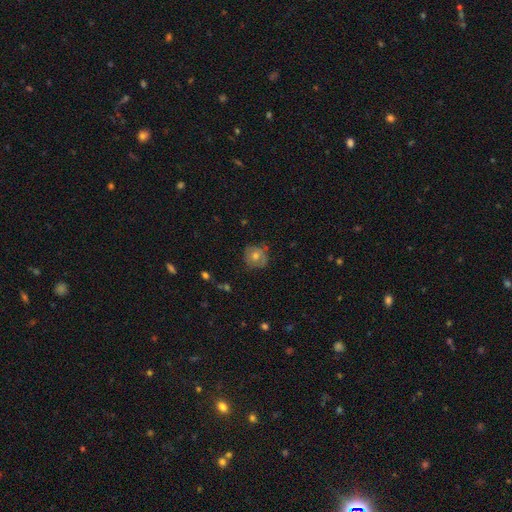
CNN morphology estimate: Smooth or featured? smooth (51%)
How rounded? round (88%)
Merging? none (76%)